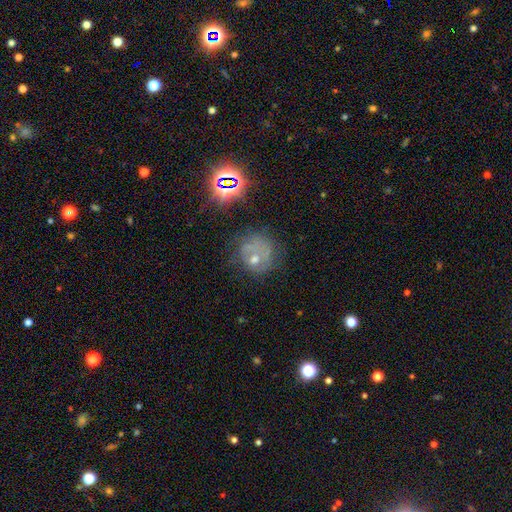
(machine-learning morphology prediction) smooth_or_featured: featured or disk (p=0.42) [alt: smooth p=0.35]
merging: none (p=0.51) [alt: minor disturbance p=0.24]